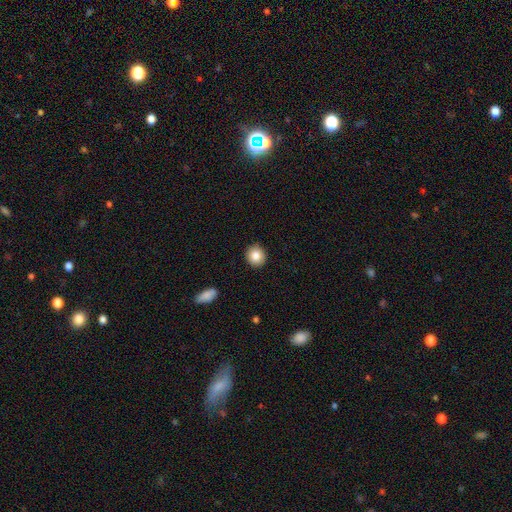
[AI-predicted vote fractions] A smooth galaxy with no disk features (85%) that is round (84%).

Vote fractions:
- Smooth or featured? smooth: 85% / star or artifact: 8% / featured or disk: 7%
- How rounded? round: 84% / in between: 15% / cigar-shaped: 1%
- Merging? none: 90% / minor disturbance: 7% / major disturbance: 2% / merger: 1%